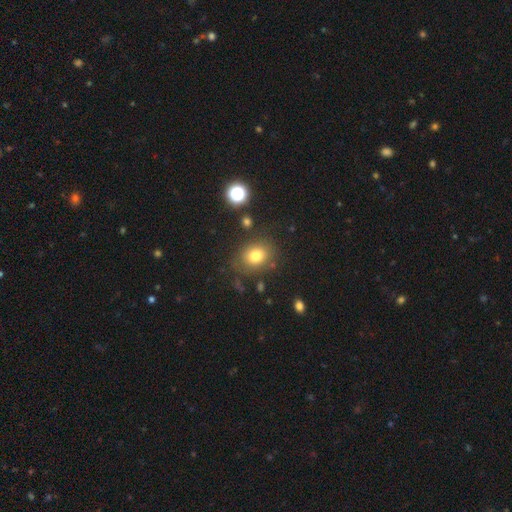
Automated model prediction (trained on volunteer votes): smooth_or_featured: smooth (p=0.77) [alt: star or artifact p=0.13]
how_rounded: round (p=0.53) [alt: in between p=0.46]
merging: none (p=0.79) [alt: minor disturbance p=0.12]